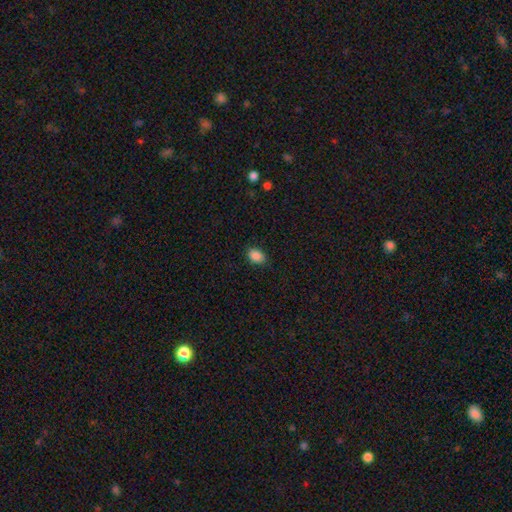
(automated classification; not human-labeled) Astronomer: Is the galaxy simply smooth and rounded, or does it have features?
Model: smooth — 88%.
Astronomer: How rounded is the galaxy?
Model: in between — 74%.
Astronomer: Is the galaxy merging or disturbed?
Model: none — 84%.